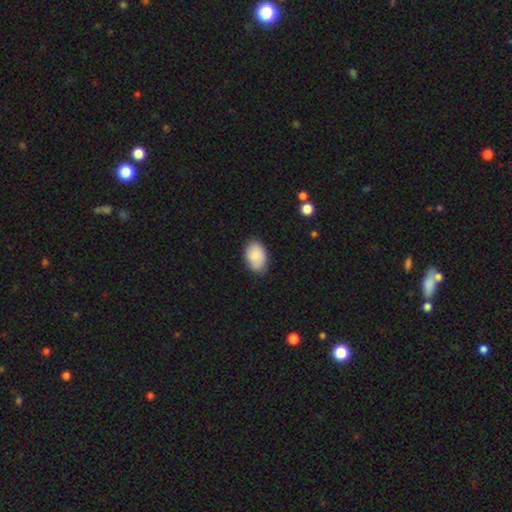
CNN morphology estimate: A smooth galaxy with no disk features (85%) that is in between round and cigar-shaped (89%).

Vote fractions:
- Smooth or featured? smooth: 85% / featured or disk: 9% / star or artifact: 7%
- How rounded? in between: 89% / round: 10% / cigar-shaped: 1%
- Merging? none: 78% / minor disturbance: 18% / major disturbance: 3% / merger: 1%